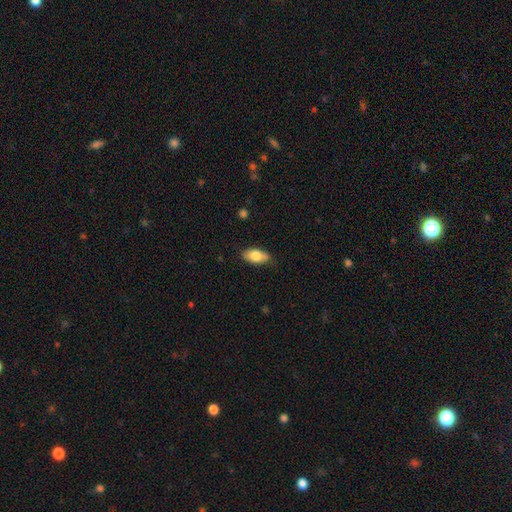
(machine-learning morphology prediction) The model was most divided on "merging": none: 77%, minor disturbance: 19%, major disturbance: 3%, merger: 1%. More confident: how rounded — in between (90%); smooth or featured — smooth (79%).